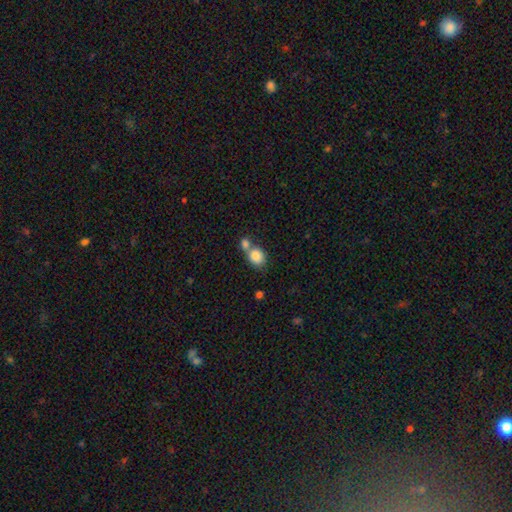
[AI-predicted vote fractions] A smooth galaxy with no disk features (84%) that is round (57%). Merging: merger (51%).